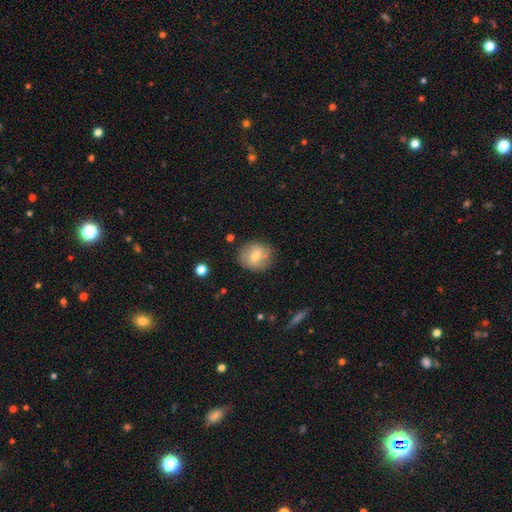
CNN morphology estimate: smooth-or-featured: smooth: 68% | featured or disk: 24% | star or artifact: 8%
  how-rounded: round: 79% | in between: 20% | cigar-shaped: 1%
  merging: none: 80% | minor disturbance: 14% | major disturbance: 4% | merger: 3%